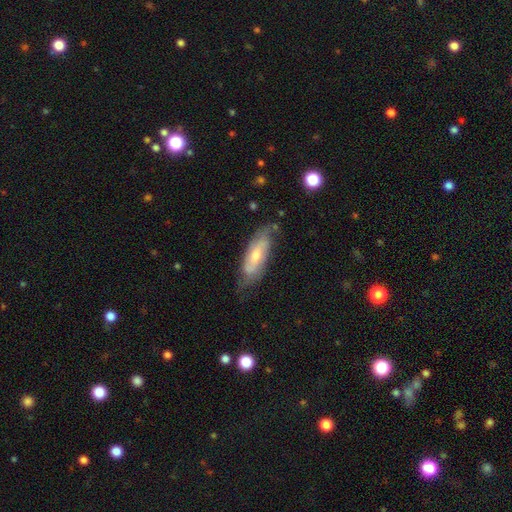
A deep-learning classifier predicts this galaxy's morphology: A featured or disk galaxy (56%).

Vote fractions:
- Smooth or featured? featured or disk: 56% / smooth: 38% / star or artifact: 6%
- Edge-on disk? no: 77% / yes: 23%
- Merging? none: 64% / minor disturbance: 26% / major disturbance: 8% / merger: 2%